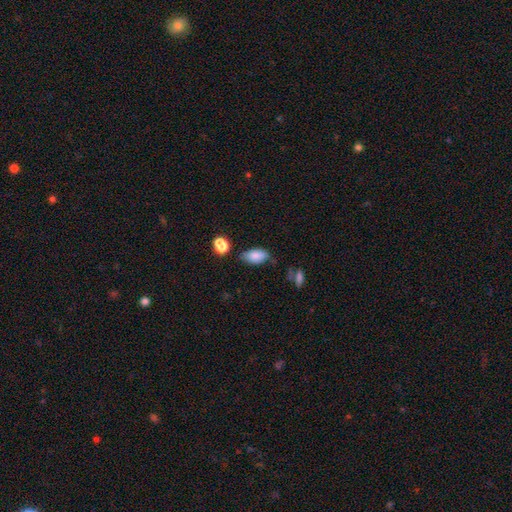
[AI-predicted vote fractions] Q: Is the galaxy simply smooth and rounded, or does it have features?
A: smooth — 83%.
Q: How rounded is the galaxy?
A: in between — 92%.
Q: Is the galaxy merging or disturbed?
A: none — 66%.